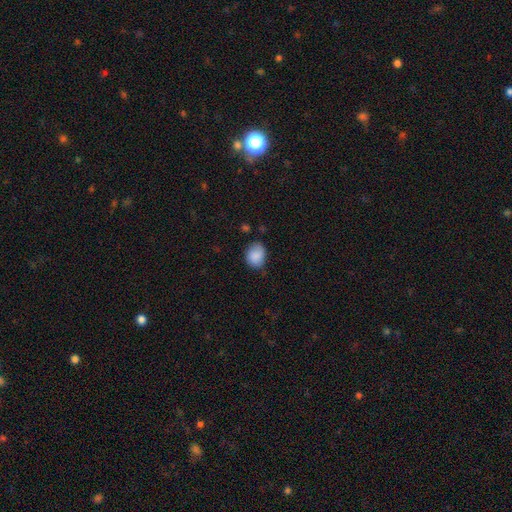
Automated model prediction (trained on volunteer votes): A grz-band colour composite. It shows a smooth galaxy with no disk features (87%) that is in between round and cigar-shaped (51%). Merging: none (69%).